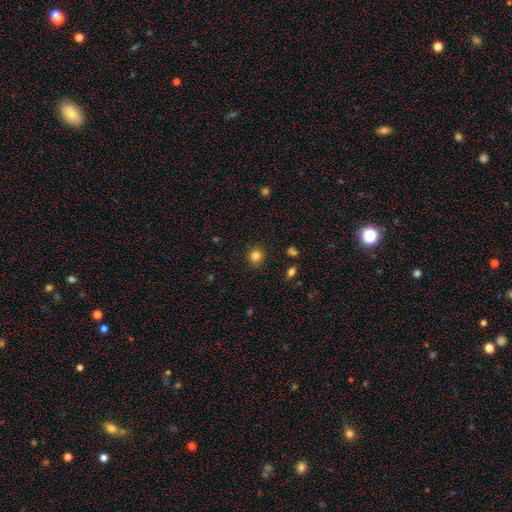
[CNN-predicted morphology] smooth 83%, star or artifact 12%, featured or disk 5%. Down the decision tree: how rounded — round (87%); merging — none (90%).